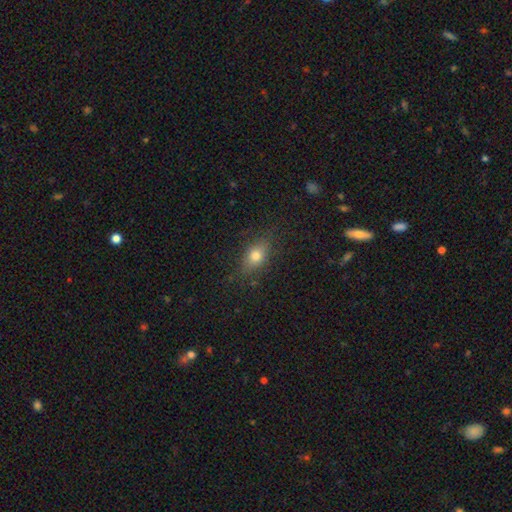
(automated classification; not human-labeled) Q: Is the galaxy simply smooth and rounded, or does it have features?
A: smooth — 75%.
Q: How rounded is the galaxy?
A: in between — 75%.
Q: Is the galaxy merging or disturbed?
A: none — 81%.